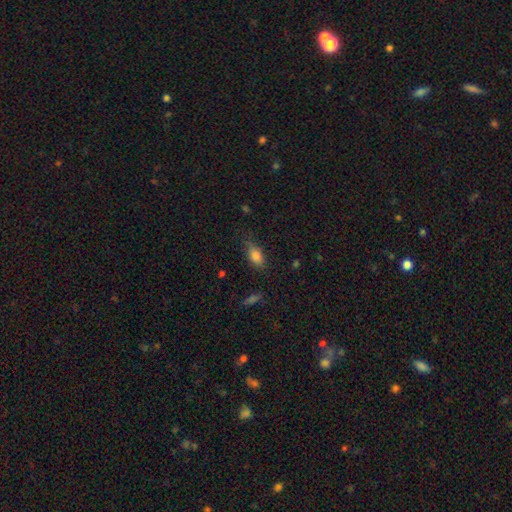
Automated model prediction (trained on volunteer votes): Smooth or featured? smooth (81%)
How rounded? in between (85%)
Merging? none (63%)